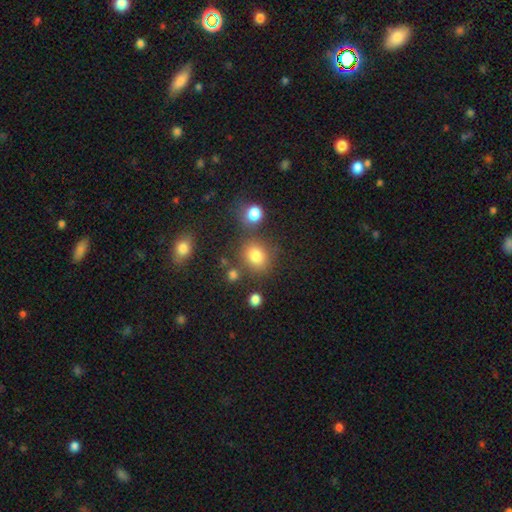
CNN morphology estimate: This is likely a smooth galaxy (79%). How rounded: likely round (64%). Merging: likely none (70%).